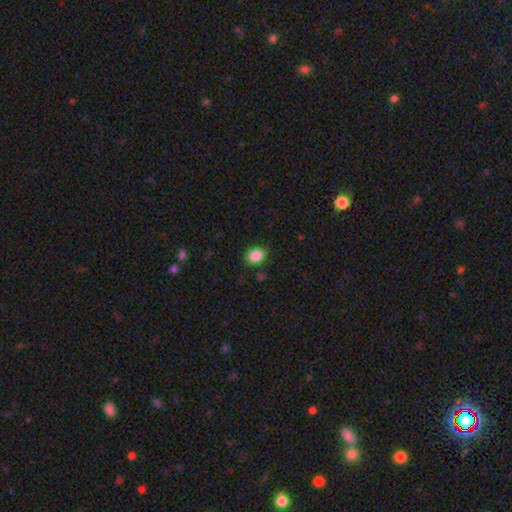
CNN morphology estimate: Smooth or featured: smooth — 87% (star or artifact — 9%)
How rounded: in between — 55% (round — 44%)
Merging: none — 84% (minor disturbance — 12%)